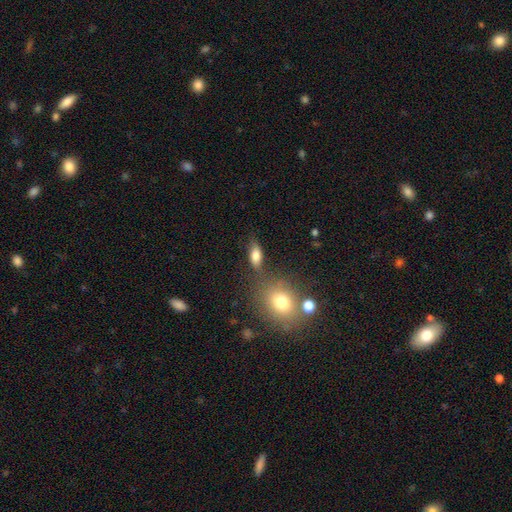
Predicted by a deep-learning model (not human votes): Smooth or featured: smooth — 78% (featured or disk — 12%)
How rounded: in between — 78% (cigar-shaped — 13%)
Merging: none — 67% (minor disturbance — 17%)